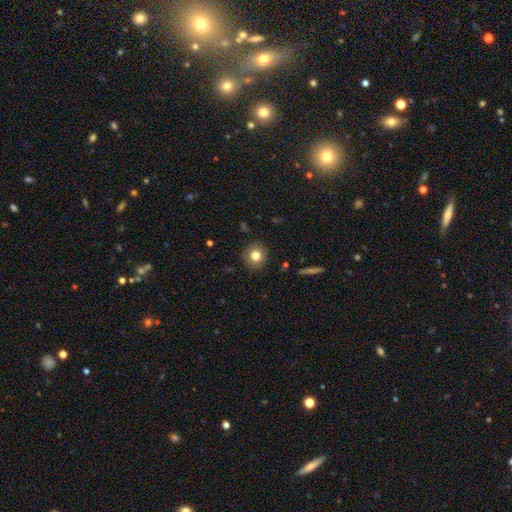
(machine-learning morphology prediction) Overall: smooth (79%). How rounded: round (90%). Merging: none (90%).